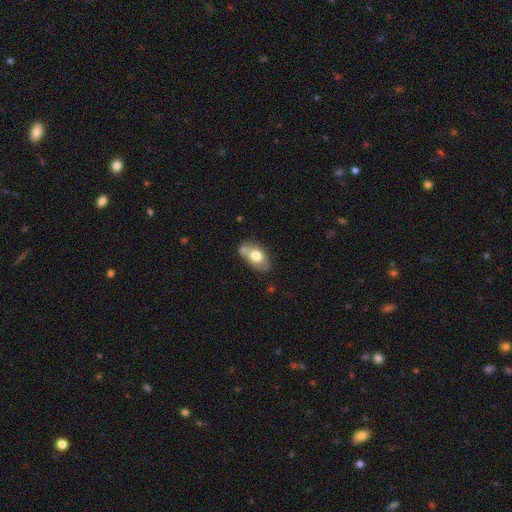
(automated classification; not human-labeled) Q: Smooth or featured?
A: smooth (66%); runner-up: featured or disk (27%)
Q: How rounded?
A: in between (90%); runner-up: round (8%)
Q: Merging?
A: none (51%); runner-up: minor disturbance (22%)